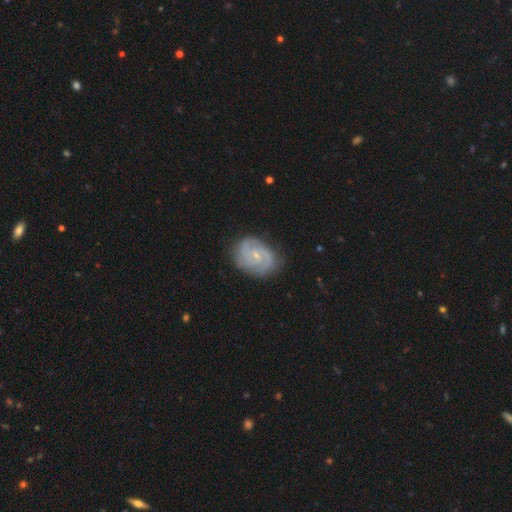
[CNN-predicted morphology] Overall: featured or disk (84%). Edge-on disk: no (98%). Bar: no (61%; weak 34%). Spiral arms: yes (97%). Spiral arm count: 2 (57%; 3 21%). Spiral winding: tight (46%; medium 43%). Bulge size: small (72%). Merging: none (79%).